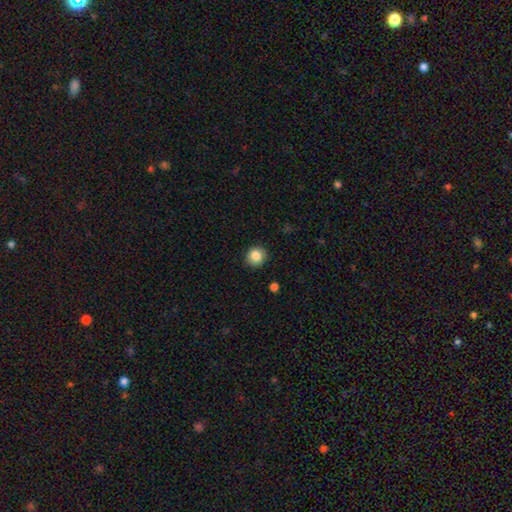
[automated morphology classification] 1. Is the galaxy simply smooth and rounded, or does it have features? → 85% smooth, 9% star or artifact, 5% featured or disk.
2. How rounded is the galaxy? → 91% round, 8% in between, 1% cigar-shaped.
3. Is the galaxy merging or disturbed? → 88% none, 9% minor disturbance, 2% major disturbance, 1% merger.